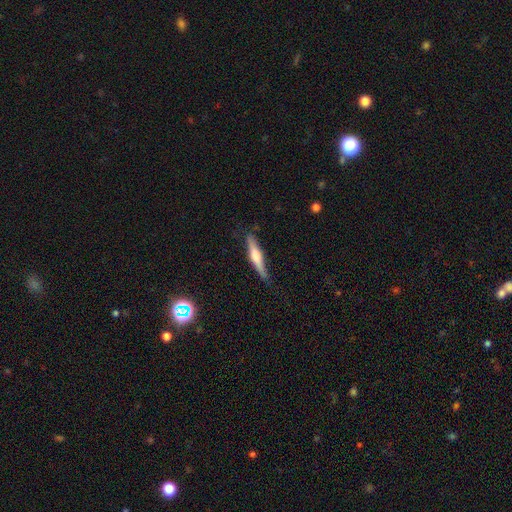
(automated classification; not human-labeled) This appears to be a featured or disk galaxy (55%) viewed edge-on (96%) with a rounded central bulge (85%). Merging: none (79%).